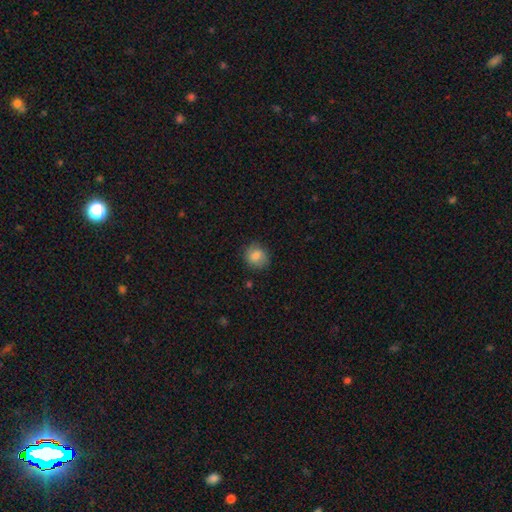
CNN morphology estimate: Smooth or featured: smooth — 80% (featured or disk — 12%)
How rounded: round — 83% (in between — 16%)
Merging: none — 80% (minor disturbance — 15%)